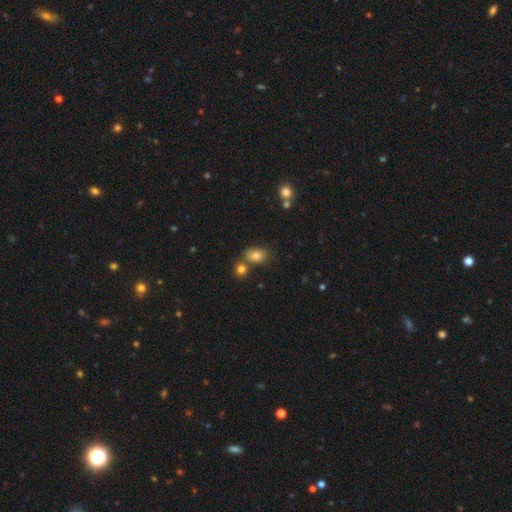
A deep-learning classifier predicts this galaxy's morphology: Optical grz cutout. It shows a smooth galaxy with no disk features (79%) that is in between round and cigar-shaped (78%). Merging: none (63%).